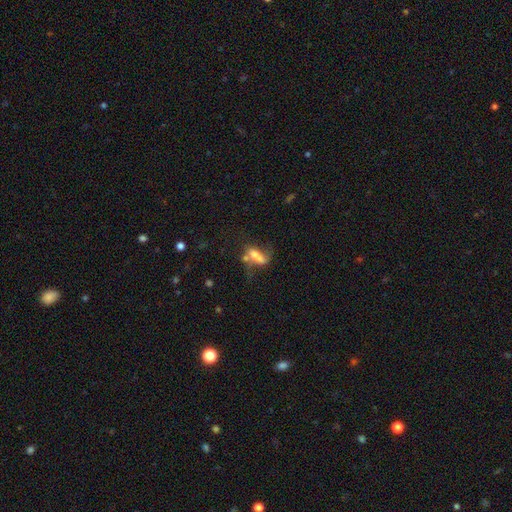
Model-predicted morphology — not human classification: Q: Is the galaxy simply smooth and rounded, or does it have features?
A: smooth — 46%.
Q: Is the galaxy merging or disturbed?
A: merger — 29%.